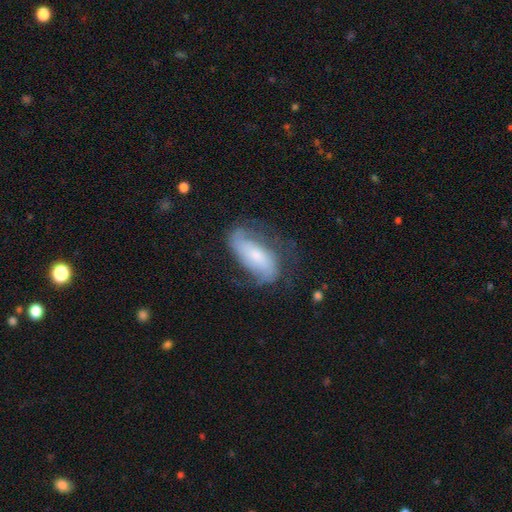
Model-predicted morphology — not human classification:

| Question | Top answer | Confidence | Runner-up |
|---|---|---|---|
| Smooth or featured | featured or disk | 66% | smooth (27%) |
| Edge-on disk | no | 93% | yes (7%) |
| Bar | no | 48% | weak (31%) |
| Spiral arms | yes | 88% | no (12%) |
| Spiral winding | medium | 40% | loose (33%) |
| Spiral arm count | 2 | 74% | can't tell (14%) |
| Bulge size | small | 55% | moderate (28%) |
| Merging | none | 57% | minor disturbance (22%) |